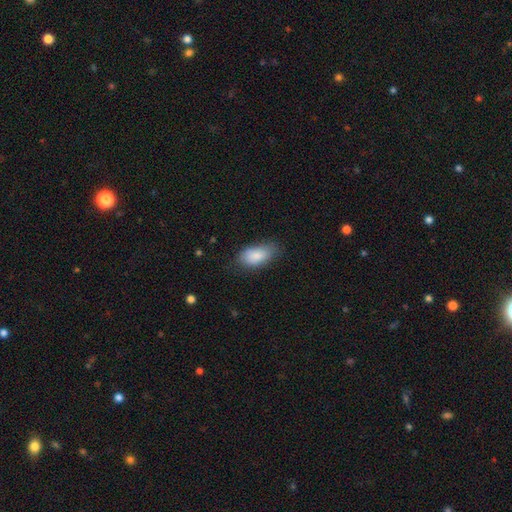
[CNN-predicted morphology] smooth 86%, featured or disk 8%, star or artifact 7%. Down the decision tree: how rounded — in between (92%); merging — none (67%).